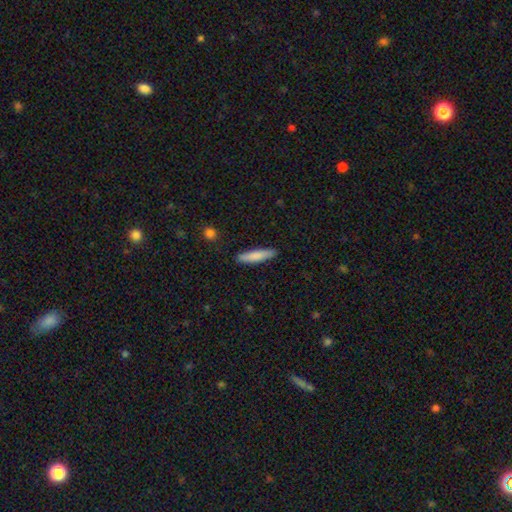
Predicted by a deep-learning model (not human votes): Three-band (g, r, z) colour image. It shows a smooth galaxy with no disk features (81%) that is cigar-shaped (85%). Merging: none (89%).